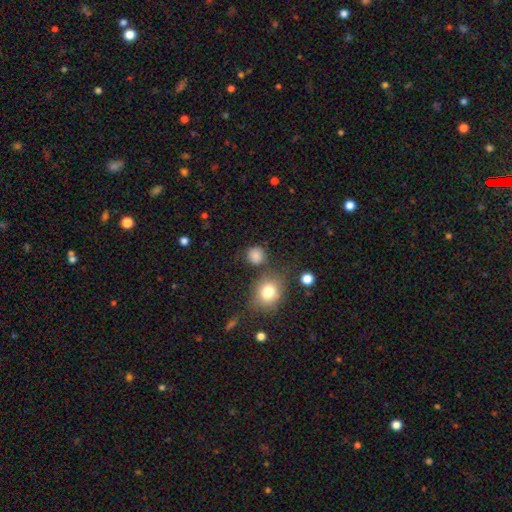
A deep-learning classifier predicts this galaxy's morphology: A smooth galaxy with no disk features (82%) that is round (85%).

Vote fractions:
- Smooth or featured? smooth: 82% / star or artifact: 12% / featured or disk: 5%
- How rounded? round: 85% / in between: 14% / cigar-shaped: 1%
- Merging? none: 75% / minor disturbance: 13% / merger: 7% / major disturbance: 5%